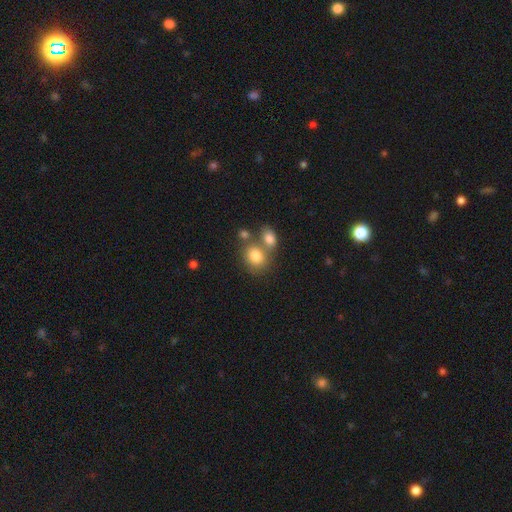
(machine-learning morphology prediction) Smooth or featured: smooth — 80% (featured or disk — 11%)
How rounded: round — 58% (in between — 41%)
Merging: none — 46% (merger — 38%)